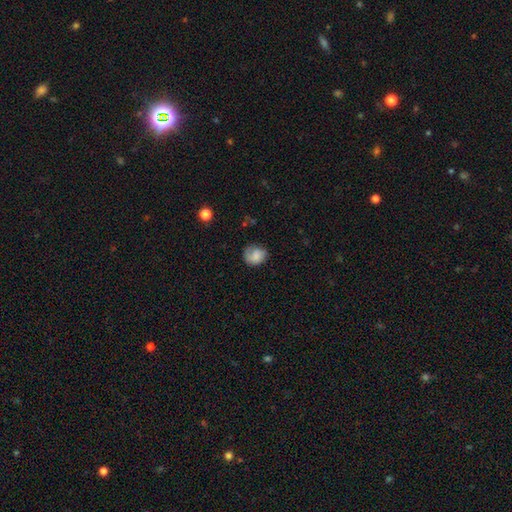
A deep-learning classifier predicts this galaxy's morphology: smooth_or_featured: smooth (p=0.69) [alt: featured or disk p=0.23]
how_rounded: round (p=0.66) [alt: in between p=0.33]
merging: none (p=0.60) [alt: minor disturbance p=0.26]